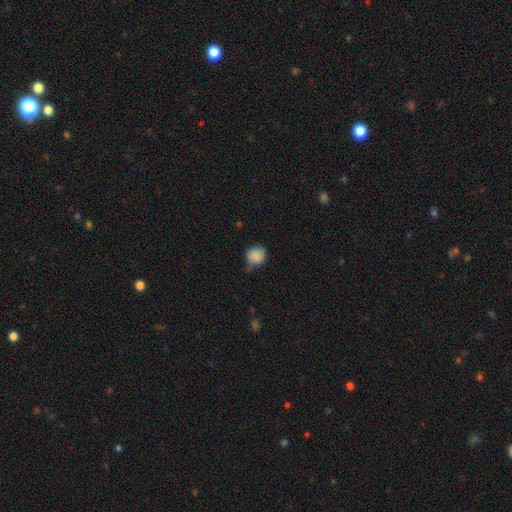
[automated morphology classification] A smooth galaxy with no disk features (86%) that is round (80%).

Vote fractions:
- Smooth or featured? smooth: 86% / star or artifact: 8% / featured or disk: 6%
- How rounded? round: 80% / in between: 19% / cigar-shaped: 1%
- Merging? none: 61% / minor disturbance: 29% / major disturbance: 6% / merger: 4%